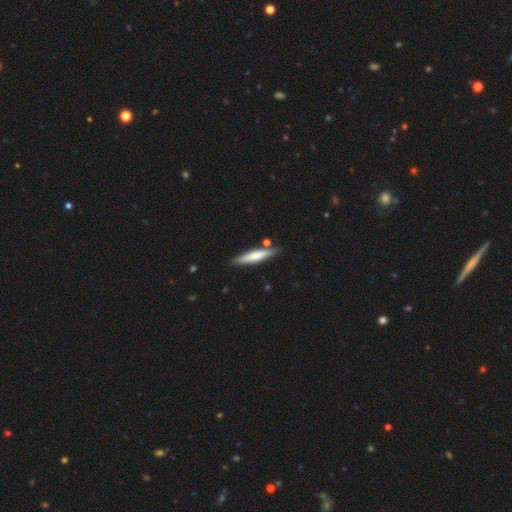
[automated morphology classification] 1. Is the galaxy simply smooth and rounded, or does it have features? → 65% smooth, 30% featured or disk, 5% star or artifact.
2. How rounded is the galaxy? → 88% cigar-shaped, 11% in between, 1% round.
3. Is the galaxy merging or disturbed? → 82% none, 11% minor disturbance, 5% merger, 2% major disturbance.